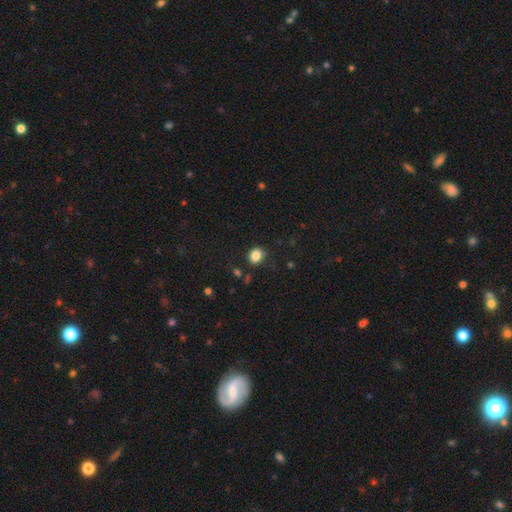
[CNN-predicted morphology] Overall: smooth (85%). How rounded: round (59%; in between 40%). Merging: none (81%).